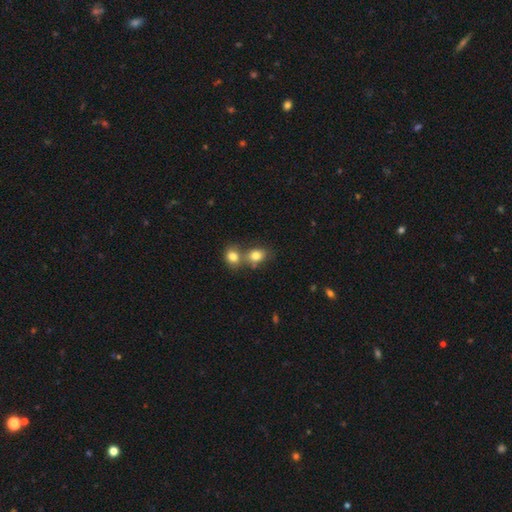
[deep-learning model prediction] A smooth galaxy with no disk features (80%) that is in between round and cigar-shaped (51%). Merging: merger (48%).